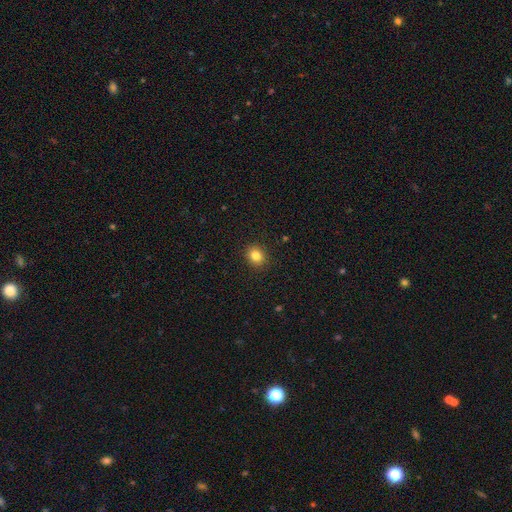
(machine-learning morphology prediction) Q: Smooth or featured?
A: smooth (83%); runner-up: star or artifact (11%)
Q: How rounded?
A: round (72%); runner-up: in between (27%)
Q: Merging?
A: none (90%); runner-up: minor disturbance (7%)